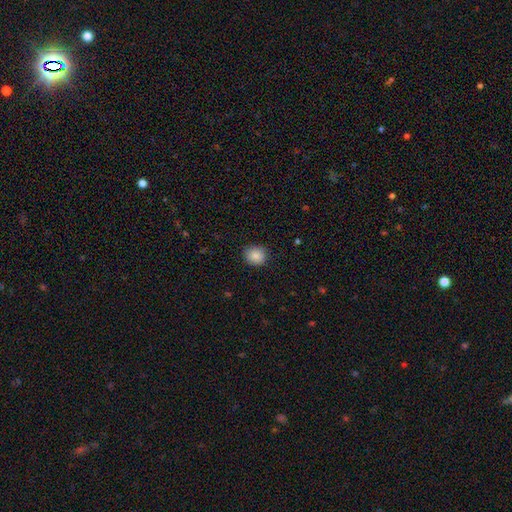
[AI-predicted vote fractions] A smooth galaxy with no disk features (86%) that is round (78%). Merging: none (86%).